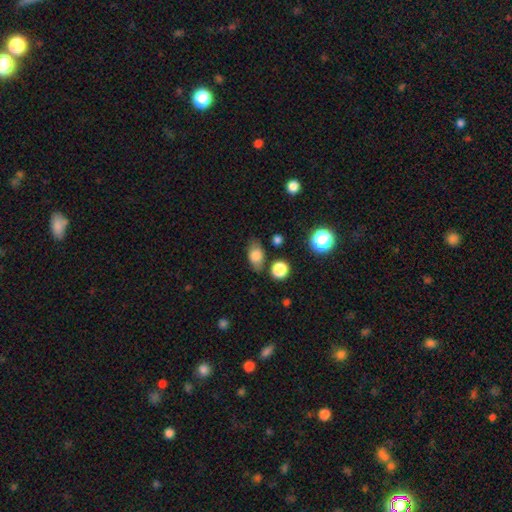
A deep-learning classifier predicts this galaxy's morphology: Overall: smooth (78%). How rounded: in between (80%). Merging: none (74%).